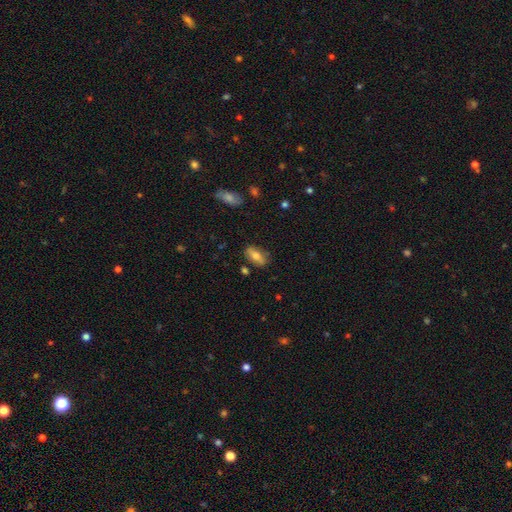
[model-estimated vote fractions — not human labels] This is likely a smooth galaxy (67%). How rounded: clearly in between (82%). Merging: likely none (80%).